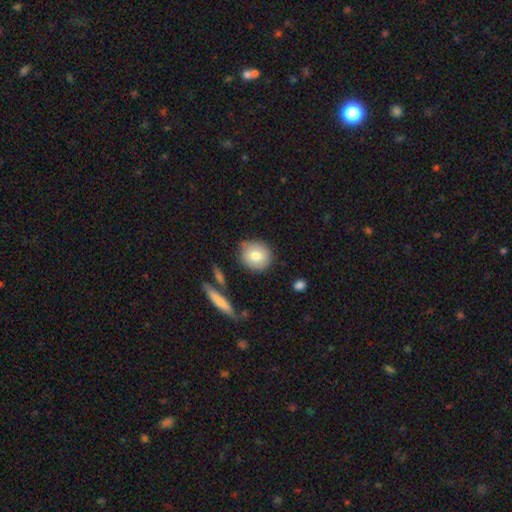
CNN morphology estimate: Overall: smooth (79%). How rounded: round (84%). Merging: none (82%).